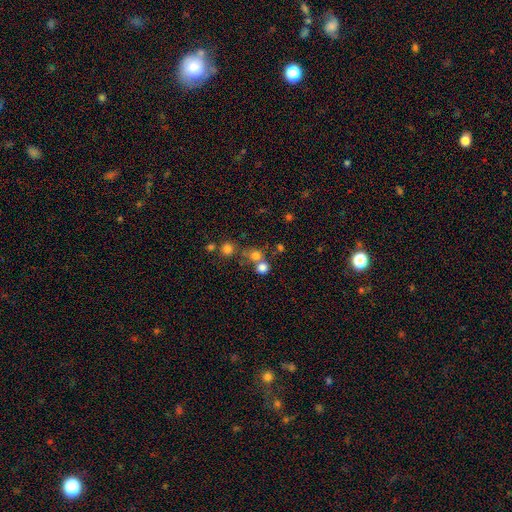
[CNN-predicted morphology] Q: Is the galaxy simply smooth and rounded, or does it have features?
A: smooth — 72%.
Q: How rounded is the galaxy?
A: round — 86%.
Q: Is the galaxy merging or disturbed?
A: none — 55%.